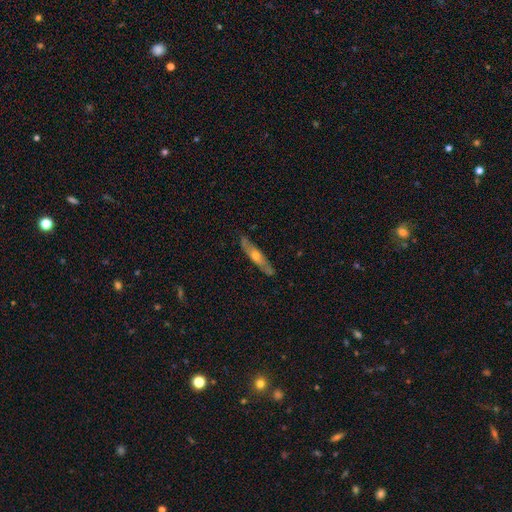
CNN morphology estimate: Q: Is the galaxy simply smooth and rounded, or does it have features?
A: featured or disk — 51%.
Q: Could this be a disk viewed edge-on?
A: yes — 69%.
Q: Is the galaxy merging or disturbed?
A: none — 82%.